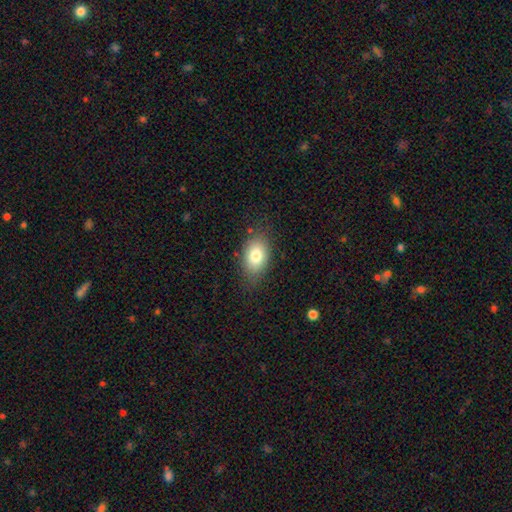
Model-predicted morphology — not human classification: type=smooth (80%); roundness=in between (86%); merging=none (79%).